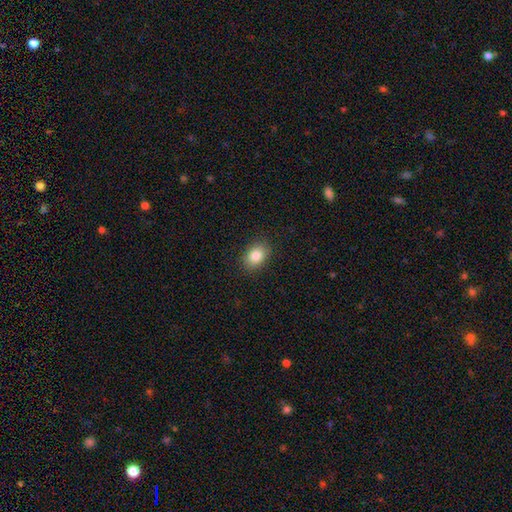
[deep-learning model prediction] A smooth galaxy with no disk features (85%) that is in between round and cigar-shaped (74%).

Vote fractions:
- Smooth or featured? smooth: 85% / star or artifact: 9% / featured or disk: 6%
- How rounded? in between: 74% / round: 25% / cigar-shaped: 1%
- Merging? none: 88% / minor disturbance: 9% / major disturbance: 2% / merger: 1%